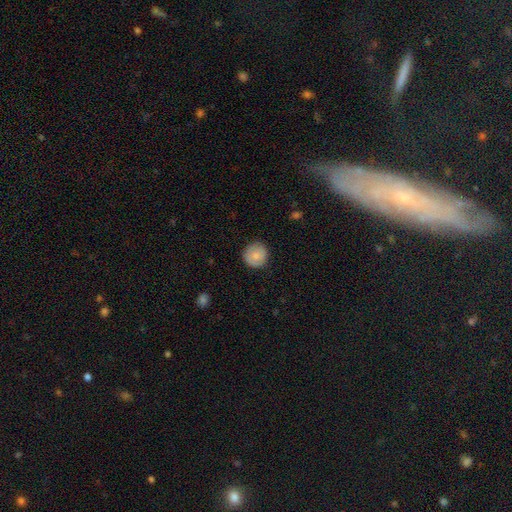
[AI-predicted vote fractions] smooth-or-featured: smooth: 77% | featured or disk: 17% | star or artifact: 7%
  how-rounded: round: 94% | in between: 5% | cigar-shaped: 1%
  merging: none: 87% | minor disturbance: 10% | major disturbance: 2% | merger: 1%